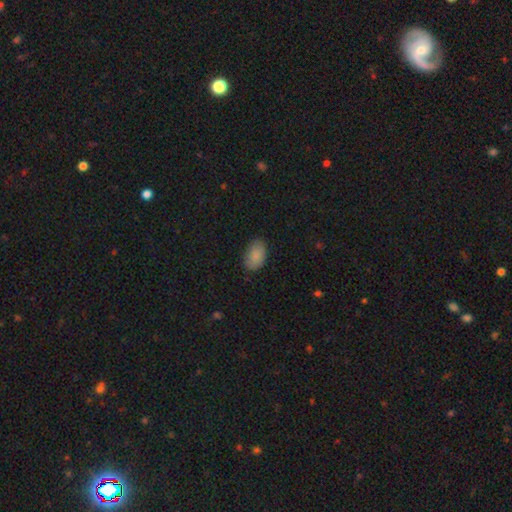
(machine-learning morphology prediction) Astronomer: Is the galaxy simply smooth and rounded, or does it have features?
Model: smooth — 88%.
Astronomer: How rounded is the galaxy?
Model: in between — 92%.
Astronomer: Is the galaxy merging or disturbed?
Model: none — 81%.